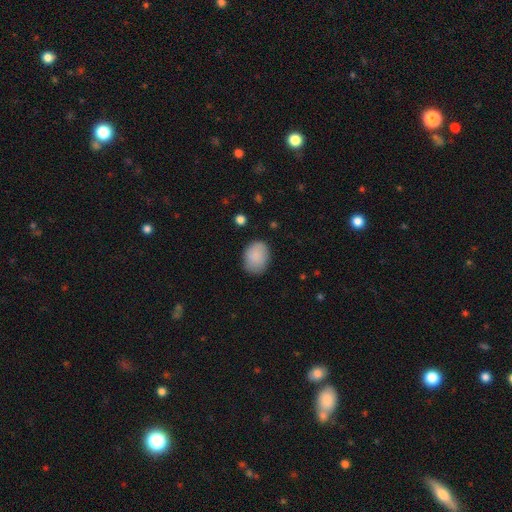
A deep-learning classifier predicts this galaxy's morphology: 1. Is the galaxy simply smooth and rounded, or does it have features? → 87% smooth, 7% star or artifact, 6% featured or disk.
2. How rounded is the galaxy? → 67% in between, 32% round, 1% cigar-shaped.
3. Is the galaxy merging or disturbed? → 79% none, 16% minor disturbance, 4% major disturbance, 1% merger.